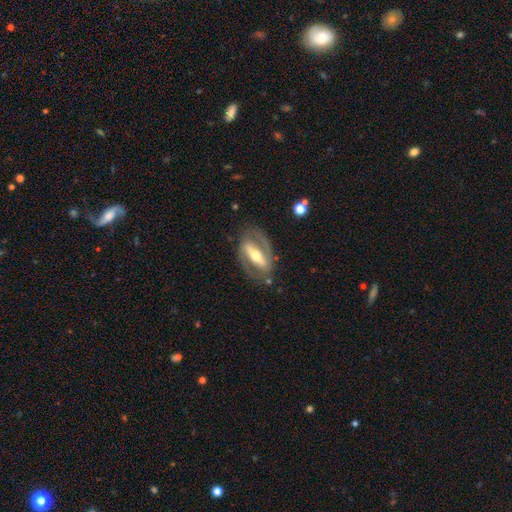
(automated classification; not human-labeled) Smooth or featured? featured or disk (79%)
Edge-on disk? no (84%)
Bar? strong (72%)
Spiral arms? yes (61%)
Bulge size? moderate (65%)
Merging? none (76%)